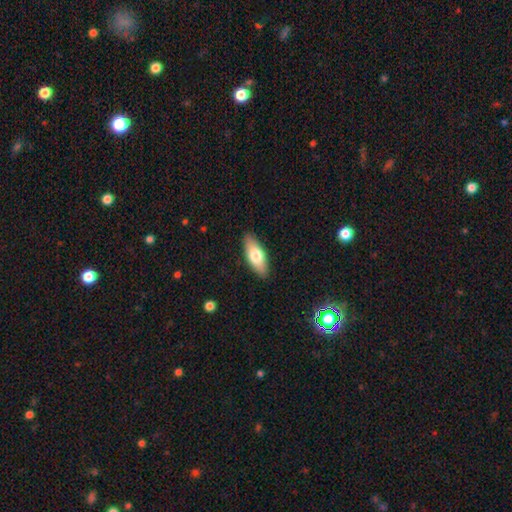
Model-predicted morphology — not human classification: Smooth or featured: smooth — 71% (featured or disk — 23%)
How rounded: in between — 76% (cigar-shaped — 22%)
Merging: none — 88% (minor disturbance — 9%)